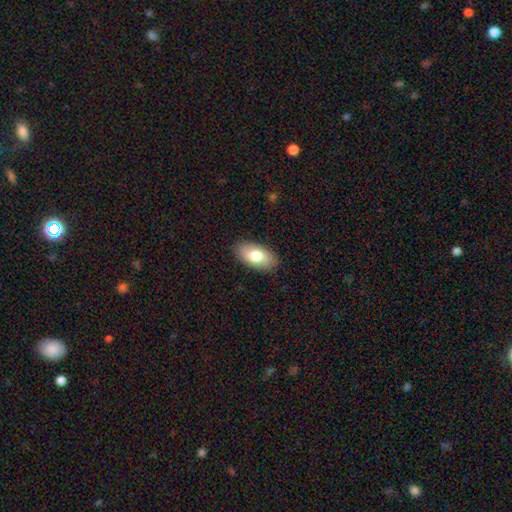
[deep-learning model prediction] Smooth or featured: smooth — 76% (featured or disk — 17%)
How rounded: in between — 94% (round — 3%)
Merging: none — 87% (minor disturbance — 10%)